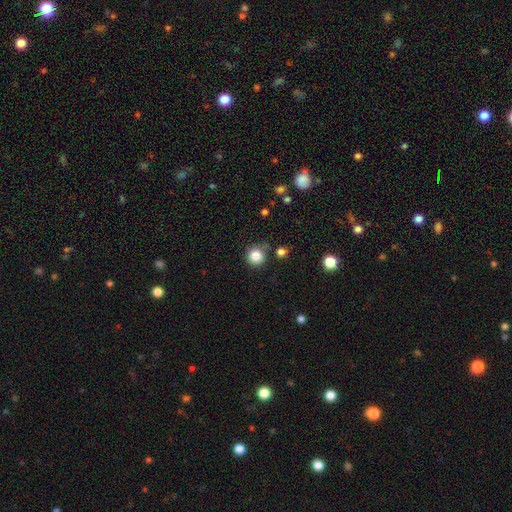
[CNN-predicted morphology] This is clearly a smooth galaxy (84%). How rounded: clearly round (94%). Merging: likely none (78%).